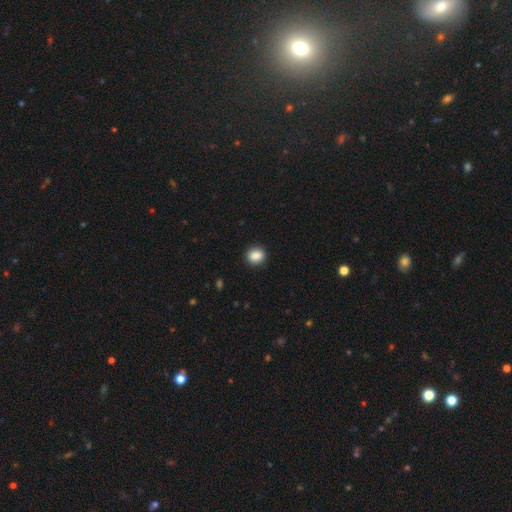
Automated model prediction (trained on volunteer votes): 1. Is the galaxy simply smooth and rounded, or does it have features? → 88% smooth, 9% star or artifact, 4% featured or disk.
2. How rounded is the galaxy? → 64% round, 34% in between, 1% cigar-shaped.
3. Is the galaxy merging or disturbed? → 90% none, 7% minor disturbance, 2% major disturbance, 1% merger.